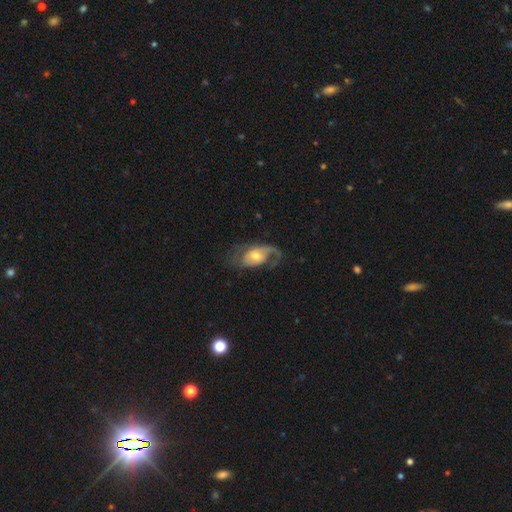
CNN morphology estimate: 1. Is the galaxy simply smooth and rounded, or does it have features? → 69% featured or disk, 24% smooth, 7% star or artifact.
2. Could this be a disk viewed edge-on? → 94% no, 6% yes.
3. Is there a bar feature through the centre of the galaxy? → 68% no, 26% weak, 7% strong.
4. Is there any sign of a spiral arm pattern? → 85% yes, 15% no.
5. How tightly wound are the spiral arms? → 46% loose, 38% medium, 16% tight.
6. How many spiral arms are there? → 44% 1, 43% 2, 9% can't tell, 2% 3, 1% 4, 1% more than 4.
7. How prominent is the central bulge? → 56% moderate, 32% small, 8% large, 2% none, 1% dominant.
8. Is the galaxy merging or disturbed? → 45% none, 32% major disturbance, 21% minor disturbance, 2% merger.